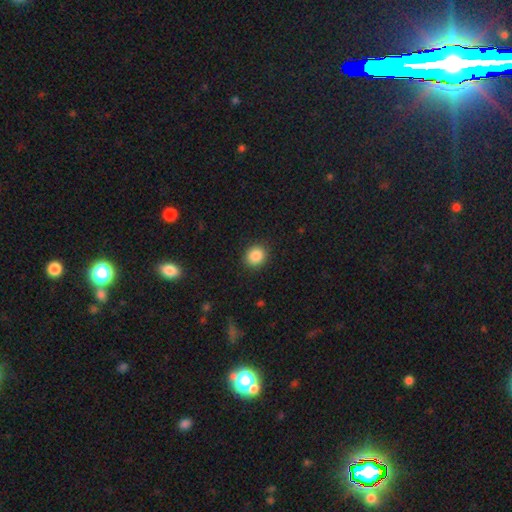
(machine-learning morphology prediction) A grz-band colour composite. It shows a smooth galaxy with no disk features (87%) that is round (80%). Merging: none (90%).